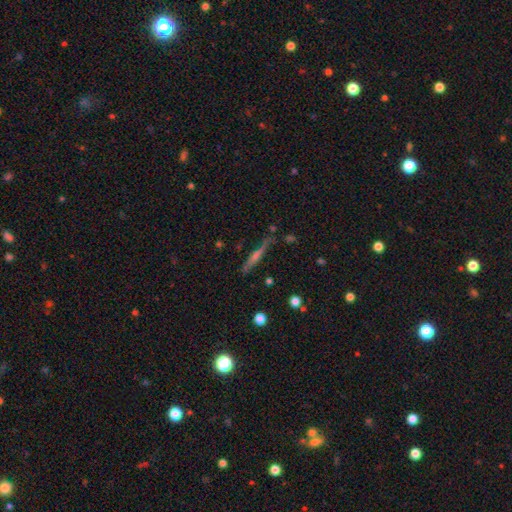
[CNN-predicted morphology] featured or disk 63%, smooth 26%, star or artifact 10%. Down the decision tree: edge-on disk — yes (96%); edge-on bulge — rounded (55%); merging — none (82%).